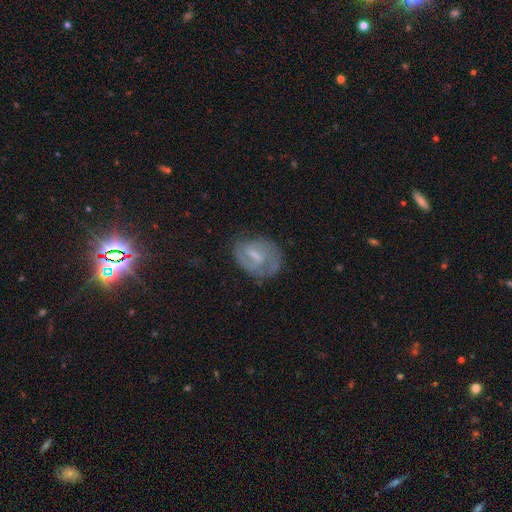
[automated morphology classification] The model was most divided on "bulge size": small: 41%, moderate: 29%, none: 26%, large: 3%, dominant: 1%. More confident: edge-on disk — no (96%); spiral arms — yes (79%); smooth or featured — featured or disk (64%); merging — none (59%); bar — weak (57%).